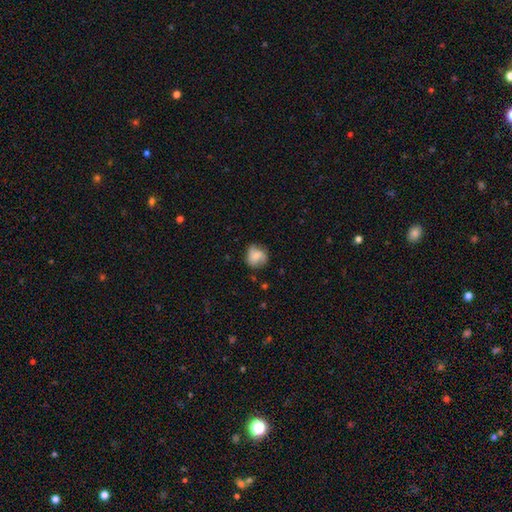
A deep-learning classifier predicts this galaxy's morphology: Smooth or featured?
  - smooth: 56% *
  - featured or disk: 36%
  - star or artifact: 9%
How rounded?
  - round: 74% *
  - in between: 25%
  - cigar-shaped: 1%
Merging?
  - none: 63% *
  - minor disturbance: 25%
  - major disturbance: 10%
  - merger: 2%